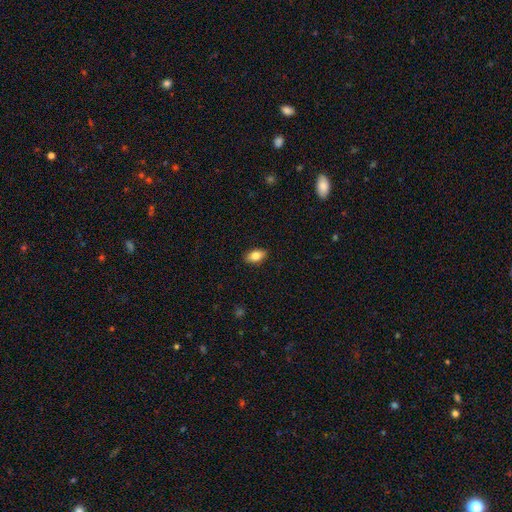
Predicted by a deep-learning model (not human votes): Smooth or featured: smooth — 82% (featured or disk — 11%)
How rounded: in between — 91% (round — 6%)
Merging: none — 90% (minor disturbance — 8%)